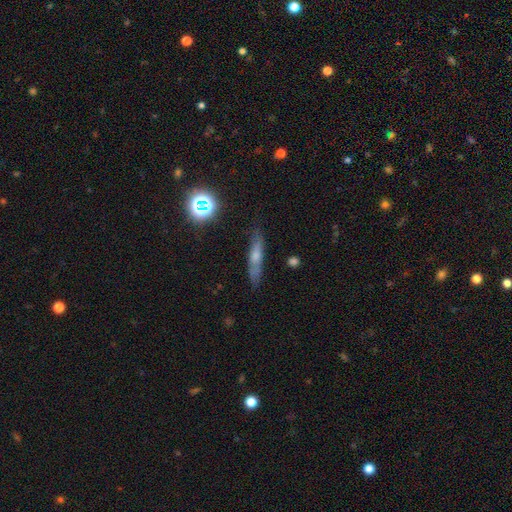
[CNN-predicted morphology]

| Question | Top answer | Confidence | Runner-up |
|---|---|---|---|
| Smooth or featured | smooth | 43% | featured or disk (42%) |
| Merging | none | 81% | minor disturbance (14%) |